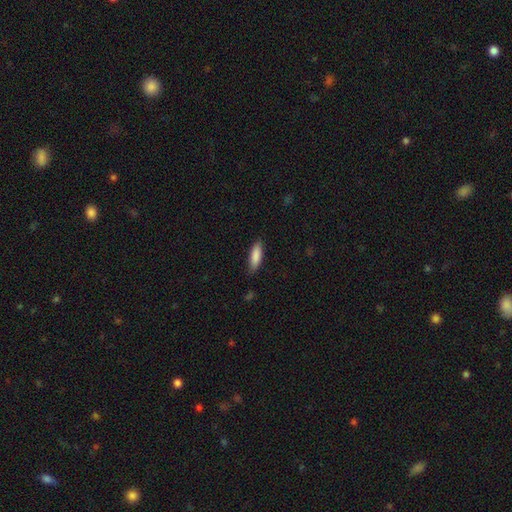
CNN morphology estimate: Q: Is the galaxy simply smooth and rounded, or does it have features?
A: smooth — 87%.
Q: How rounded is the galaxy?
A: cigar-shaped — 51%.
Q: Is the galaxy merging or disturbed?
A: none — 84%.